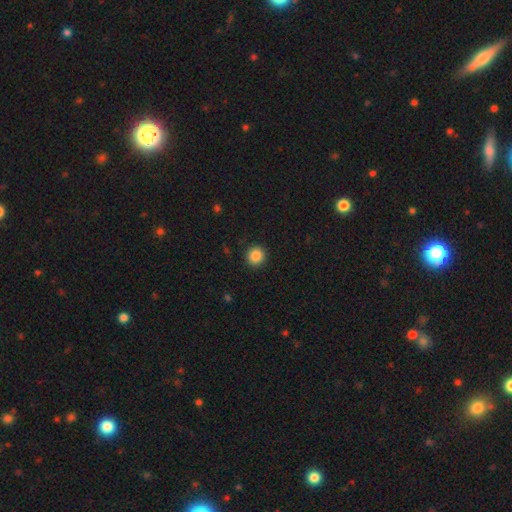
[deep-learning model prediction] Smooth or featured: smooth — 87% (star or artifact — 10%)
How rounded: round — 93% (in between — 6%)
Merging: none — 92% (minor disturbance — 5%)